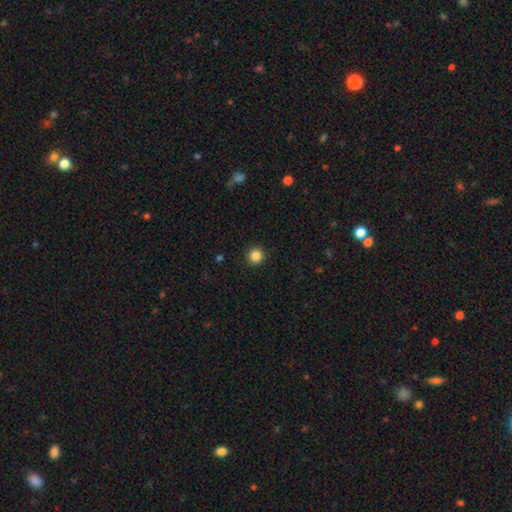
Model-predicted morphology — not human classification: This appears to be a smooth galaxy with no disk features (85%) that is round (96%). Merging: none (93%).